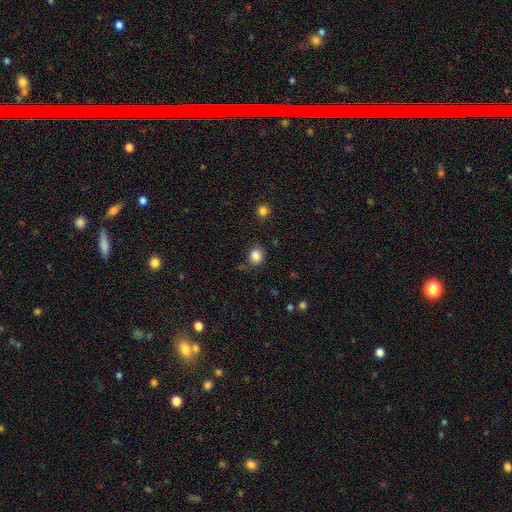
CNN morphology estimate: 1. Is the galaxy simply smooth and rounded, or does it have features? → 85% smooth, 11% star or artifact, 4% featured or disk.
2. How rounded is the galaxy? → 70% round, 29% in between, 1% cigar-shaped.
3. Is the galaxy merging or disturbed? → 80% none, 13% minor disturbance, 4% major disturbance, 3% merger.